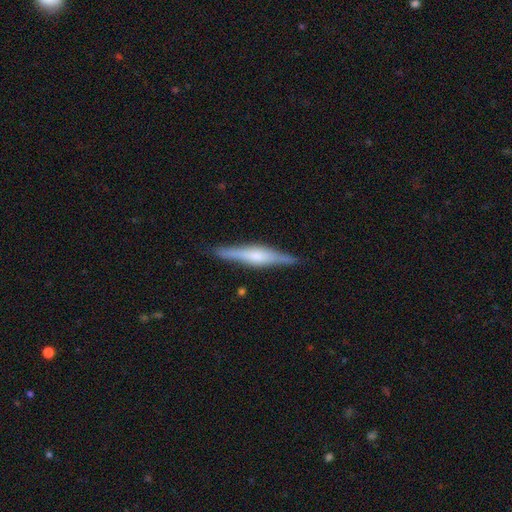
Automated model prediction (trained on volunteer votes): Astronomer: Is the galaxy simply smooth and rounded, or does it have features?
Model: featured or disk — 69%.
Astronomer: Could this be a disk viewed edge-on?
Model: yes — 97%.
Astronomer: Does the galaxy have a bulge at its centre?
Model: rounded — 58% (runner-up: boxy, 34%).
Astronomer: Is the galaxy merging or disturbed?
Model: none — 87%.